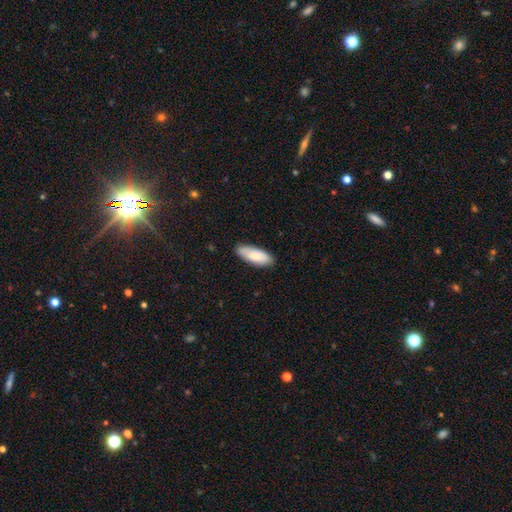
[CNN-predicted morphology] Smooth or featured? Predicted: smooth (p=0.81). How rounded? Predicted: in between (p=0.75). Merging? Predicted: none (p=0.83).